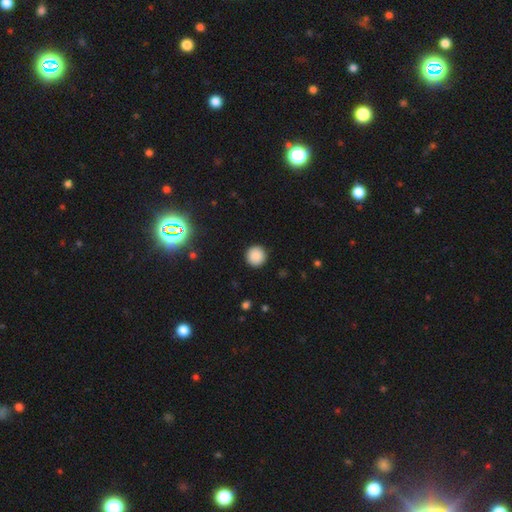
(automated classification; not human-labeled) A smooth galaxy with no disk features (87%) that is round (96%).

Vote fractions:
- Smooth or featured? smooth: 87% / star or artifact: 10% / featured or disk: 3%
- How rounded? round: 96% / in between: 4% / cigar-shaped: 1%
- Merging? none: 93% / minor disturbance: 5% / major disturbance: 2% / merger: 1%